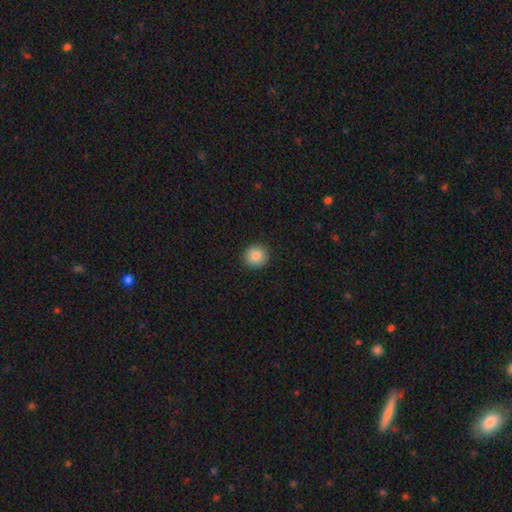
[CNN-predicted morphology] Smooth or featured? Predicted: smooth (p=0.86). How rounded? Predicted: round (p=0.94). Merging? Predicted: none (p=0.92).